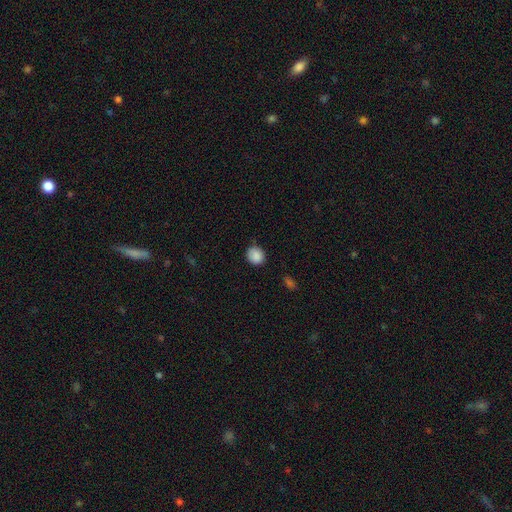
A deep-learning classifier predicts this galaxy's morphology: smooth_or_featured: smooth (p=0.87) [alt: star or artifact p=0.08]
how_rounded: round (p=0.77) [alt: in between p=0.22]
merging: none (p=0.78) [alt: minor disturbance p=0.17]